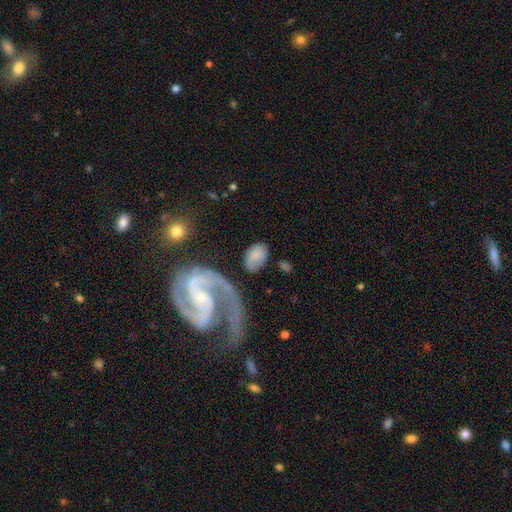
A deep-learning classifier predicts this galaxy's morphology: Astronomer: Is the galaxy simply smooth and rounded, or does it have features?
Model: smooth — 67%.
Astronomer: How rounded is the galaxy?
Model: in between — 89%.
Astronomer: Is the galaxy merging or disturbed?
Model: none — 61%.